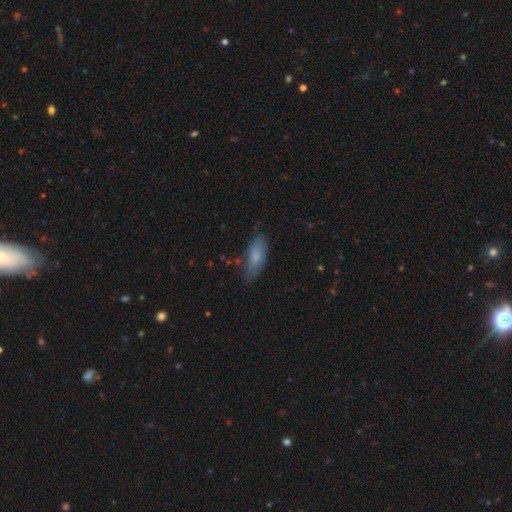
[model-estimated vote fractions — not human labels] The model was most divided on "how rounded": in between: 66%, cigar-shaped: 32%, round: 2%. More confident: smooth or featured — smooth (73%); merging — none (73%).